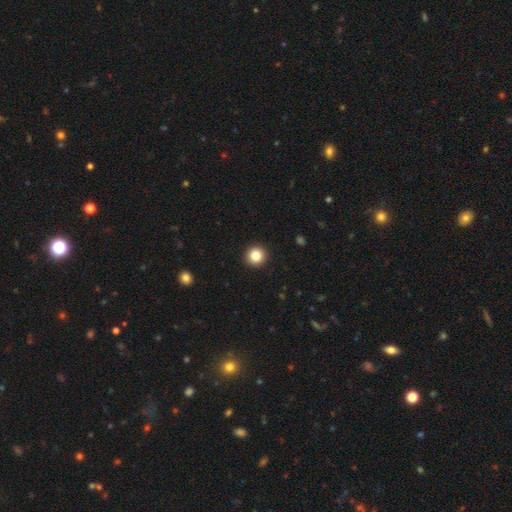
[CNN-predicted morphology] Smooth or featured? Predicted: smooth (p=0.85). How rounded? Predicted: round (p=0.95). Merging? Predicted: none (p=0.93).